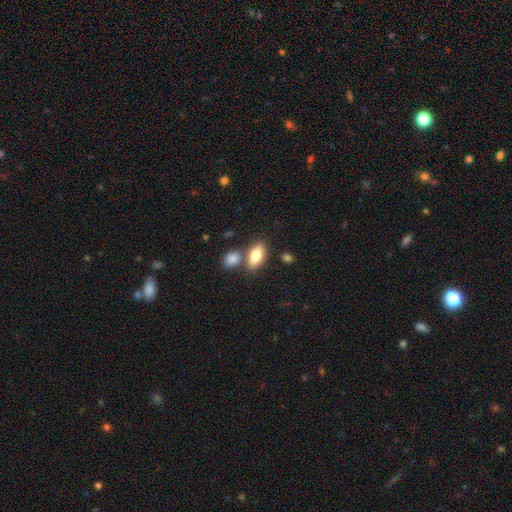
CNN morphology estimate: A smooth galaxy with no disk features (80%) that is in between round and cigar-shaped (84%). Merging: none (64%).